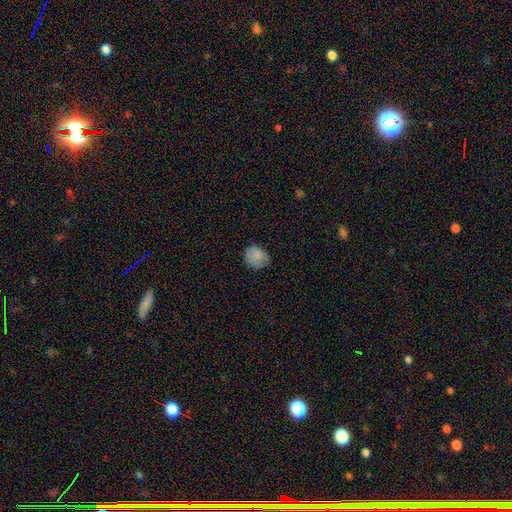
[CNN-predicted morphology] Smooth or featured: smooth — 82% (featured or disk — 9%)
How rounded: round — 66% (in between — 33%)
Merging: none — 69% (minor disturbance — 25%)